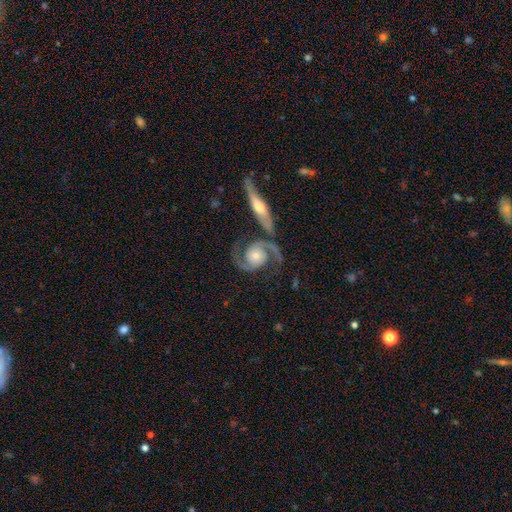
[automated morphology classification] The model was most divided on "bulge size": small: 47%, moderate: 39%, large: 8%, none: 4%, dominant: 2%. More confident: spiral arms — yes (98%); edge-on disk — no (97%); spiral arm count — 2 (94%); smooth or featured — featured or disk (92%); bar — no (70%); merging — none (60%); spiral winding — medium (57%).